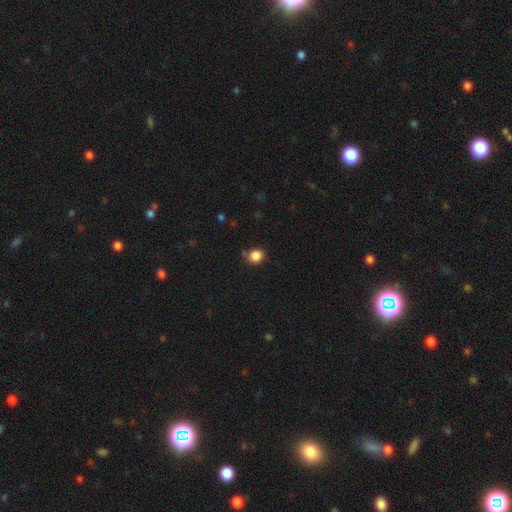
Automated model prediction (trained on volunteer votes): Smooth or featured: smooth — 86% (star or artifact — 11%)
How rounded: round — 78% (in between — 21%)
Merging: none — 75% (minor disturbance — 17%)